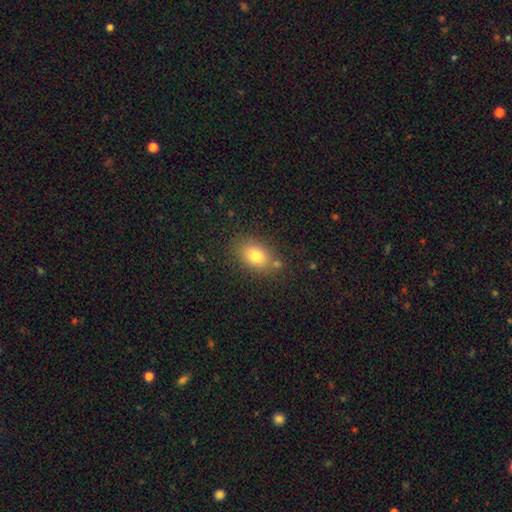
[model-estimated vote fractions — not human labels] Morphology: type=smooth (79%); roundness=in between (76%); merging=none (73%).